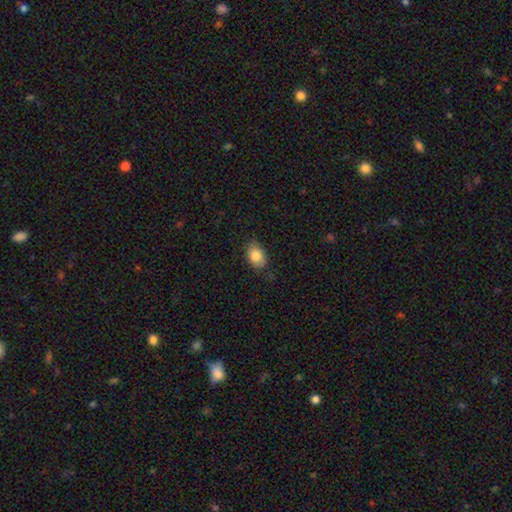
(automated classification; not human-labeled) A smooth galaxy with no disk features (84%) that is in between round and cigar-shaped (81%).

Vote fractions:
- Smooth or featured? smooth: 84% / featured or disk: 9% / star or artifact: 8%
- How rounded? in between: 81% / round: 18% / cigar-shaped: 1%
- Merging? none: 77% / minor disturbance: 19% / major disturbance: 3% / merger: 1%